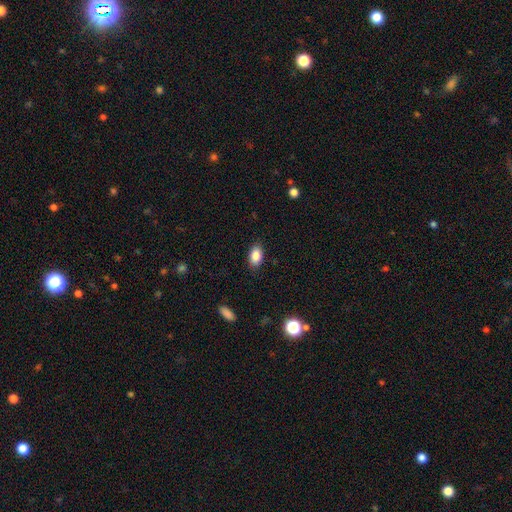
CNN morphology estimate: The model was most divided on "smooth or featured": smooth: 86%, star or artifact: 8%, featured or disk: 6%. More confident: how rounded — in between (91%); merging — none (87%).